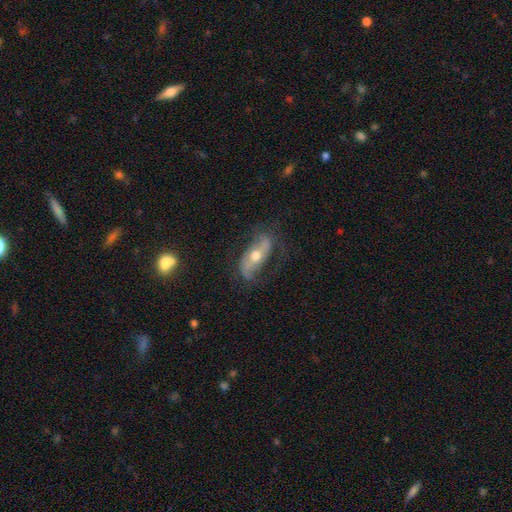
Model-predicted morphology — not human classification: type=featured or disk (67%); edge-on=no (84%); bar=no (45%); spiral arms=yes (78%); bulge=moderate (73%); merging=none (62%).